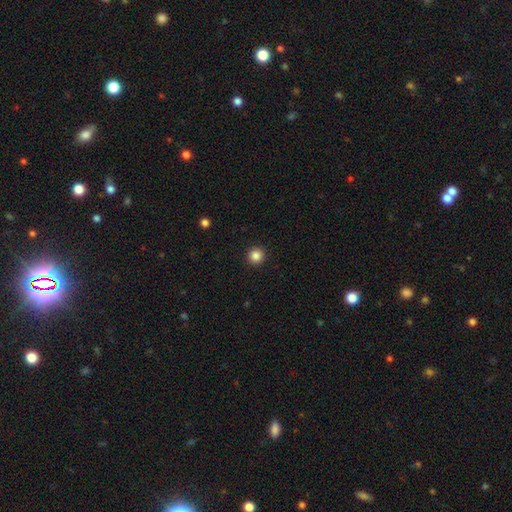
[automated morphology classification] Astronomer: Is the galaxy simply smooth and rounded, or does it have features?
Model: smooth — 85%.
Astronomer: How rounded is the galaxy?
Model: round — 96%.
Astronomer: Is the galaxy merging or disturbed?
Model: none — 94%.